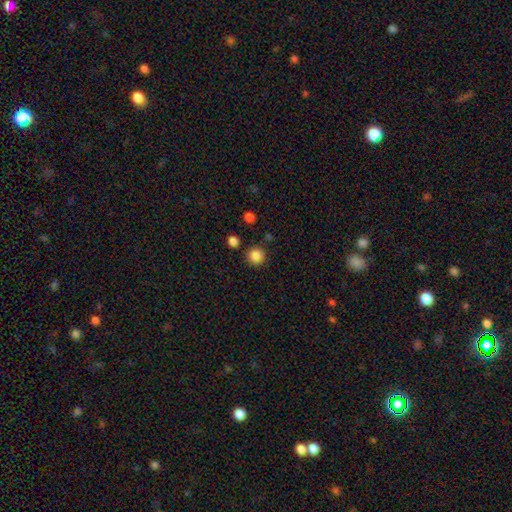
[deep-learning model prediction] Smooth or featured? Predicted: smooth (p=0.86). How rounded? Predicted: round (p=0.95). Merging? Predicted: none (p=0.89).